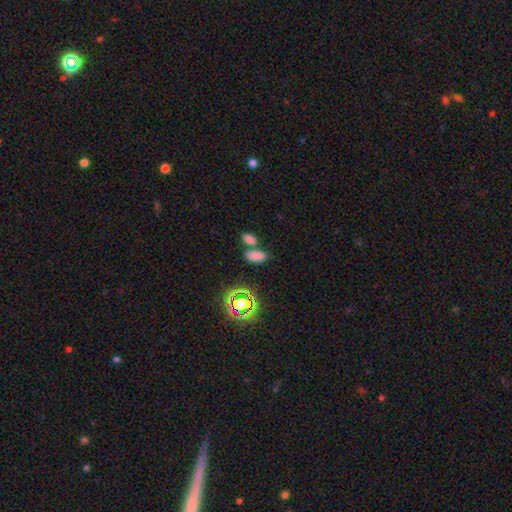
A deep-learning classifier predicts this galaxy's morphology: A smooth galaxy with no disk features (75%) that is in between round and cigar-shaped (89%).

Vote fractions:
- Smooth or featured? smooth: 75% / star or artifact: 19% / featured or disk: 7%
- How rounded? in between: 89% / cigar-shaped: 6% / round: 5%
- Merging? none: 52% / merger: 34% / minor disturbance: 10% / major disturbance: 4%